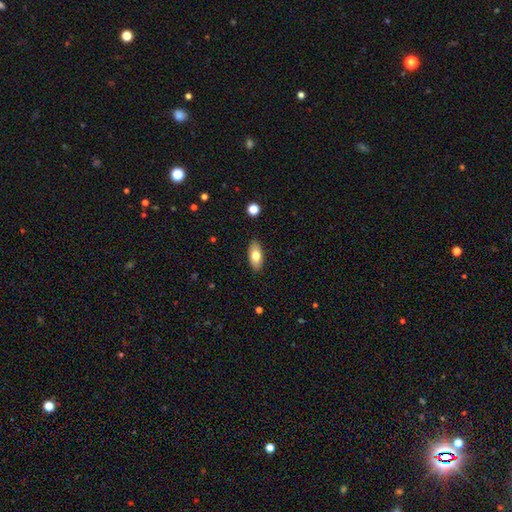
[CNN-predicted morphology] This is likely a smooth galaxy (76%). How rounded: clearly in between (90%). Merging: clearly none (87%).